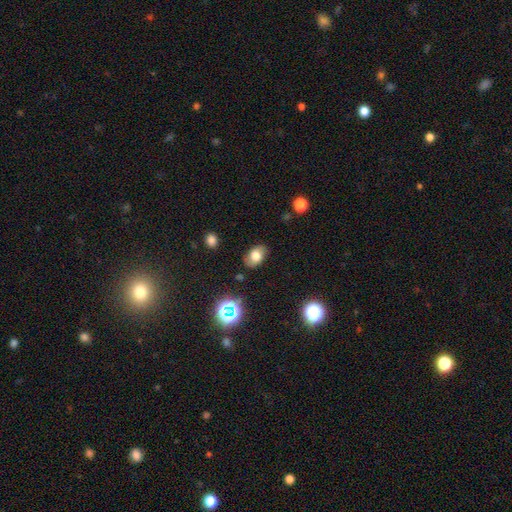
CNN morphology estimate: This appears to be a smooth galaxy with no disk features (72%) that is in between round and cigar-shaped (86%). Merging: none (80%).